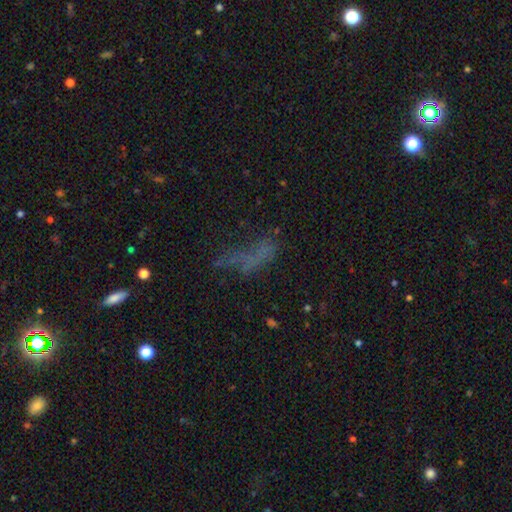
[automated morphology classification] Overall: smooth (40%; featured or disk 31%). Merging: none (41%; major disturbance 33%).